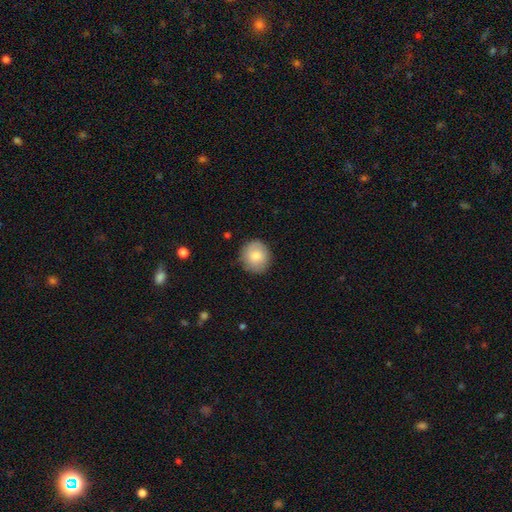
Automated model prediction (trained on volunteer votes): A smooth galaxy with no disk features (78%) that is round (85%).

Vote fractions:
- Smooth or featured? smooth: 78% / featured or disk: 15% / star or artifact: 7%
- How rounded? round: 85% / in between: 14% / cigar-shaped: 1%
- Merging? none: 84% / minor disturbance: 12% / major disturbance: 3% / merger: 1%